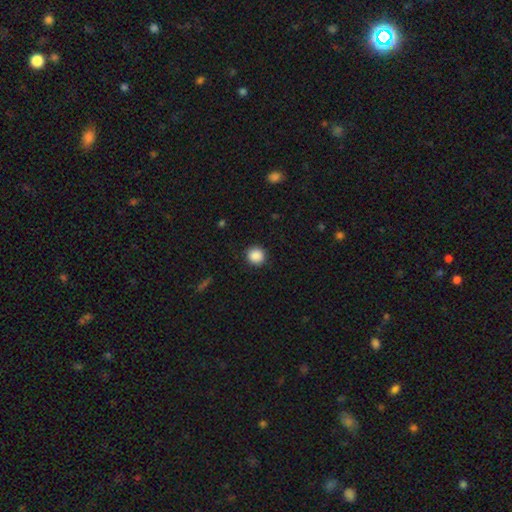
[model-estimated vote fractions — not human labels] Overall: smooth (89%). How rounded: round (92%). Merging: none (91%).